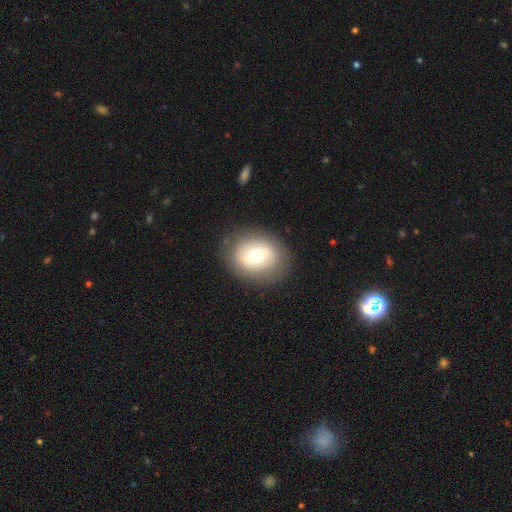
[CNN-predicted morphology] Smooth or featured: smooth — 65% (featured or disk — 26%)
How rounded: round — 58% (in between — 41%)
Merging: none — 84% (minor disturbance — 10%)